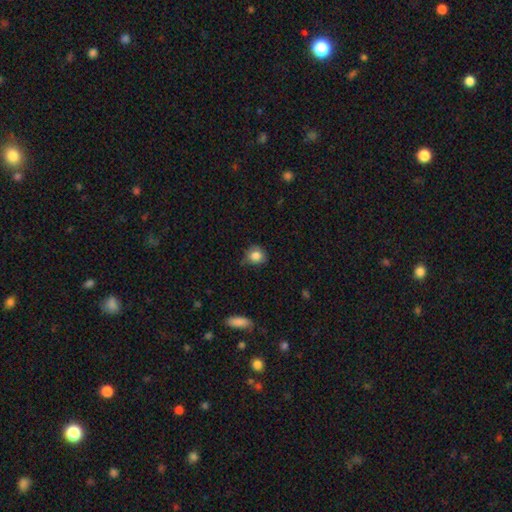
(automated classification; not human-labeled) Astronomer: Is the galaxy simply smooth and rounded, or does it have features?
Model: smooth — 83%.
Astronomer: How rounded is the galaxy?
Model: round — 77%.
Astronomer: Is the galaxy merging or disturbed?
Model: none — 66%.